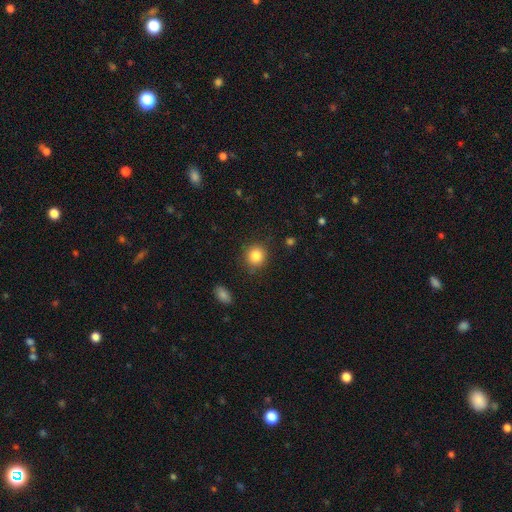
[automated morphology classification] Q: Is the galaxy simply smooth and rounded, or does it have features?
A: smooth — 85%.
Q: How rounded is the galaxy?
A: round — 87%.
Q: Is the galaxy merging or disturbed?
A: none — 85%.